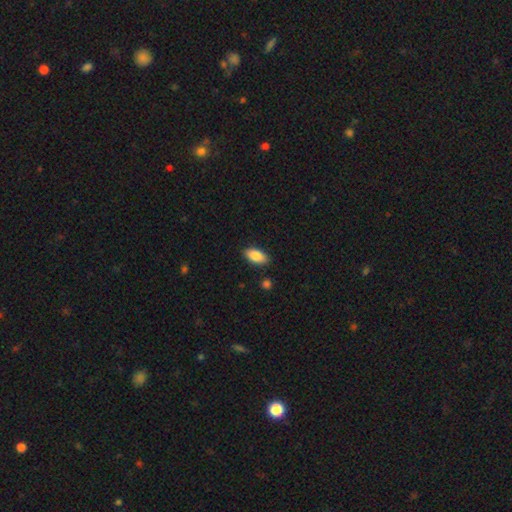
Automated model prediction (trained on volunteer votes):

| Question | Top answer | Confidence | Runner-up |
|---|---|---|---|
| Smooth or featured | smooth | 87% | star or artifact (7%) |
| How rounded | in between | 91% | cigar-shaped (6%) |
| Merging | none | 87% | minor disturbance (10%) |